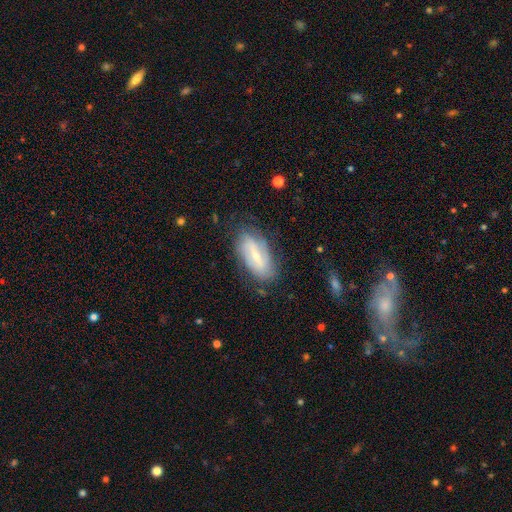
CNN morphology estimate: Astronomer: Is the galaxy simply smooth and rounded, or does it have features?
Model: featured or disk — 66%.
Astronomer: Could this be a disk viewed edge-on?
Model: no — 90%.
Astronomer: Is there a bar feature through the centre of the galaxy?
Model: weak — 44% (runner-up: strong, 37%).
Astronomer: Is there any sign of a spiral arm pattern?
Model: yes — 82%.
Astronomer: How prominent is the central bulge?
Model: small — 59%.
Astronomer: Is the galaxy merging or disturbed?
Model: none — 73%.